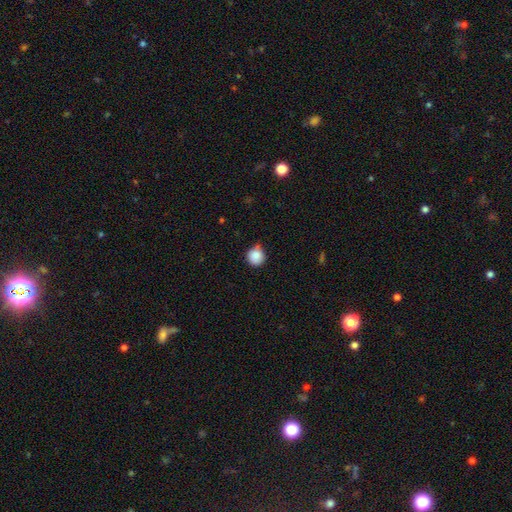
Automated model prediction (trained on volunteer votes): smooth 86%, star or artifact 9%, featured or disk 5%. Down the decision tree: how rounded — round (91%); merging — none (62%).